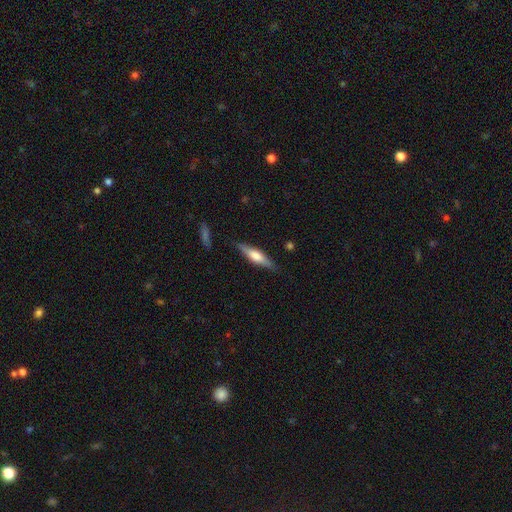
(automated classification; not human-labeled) Smooth or featured? featured or disk (49%)
Merging? none (84%)